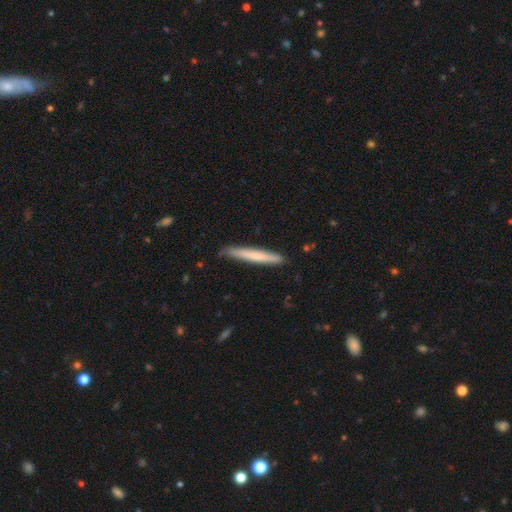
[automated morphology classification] Q: Smooth or featured?
A: smooth (67%); runner-up: featured or disk (28%)
Q: How rounded?
A: cigar-shaped (96%); runner-up: in between (3%)
Q: Merging?
A: none (86%); runner-up: minor disturbance (11%)